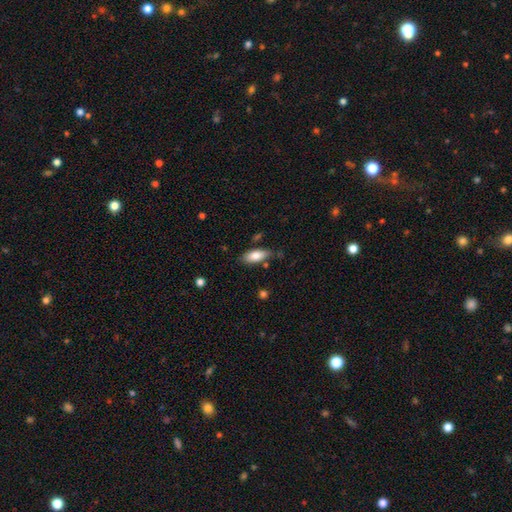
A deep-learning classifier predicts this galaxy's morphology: smooth_or_featured: smooth (p=0.80) [alt: featured or disk p=0.13]
how_rounded: in between (p=0.81) [alt: cigar-shaped p=0.17]
merging: none (p=0.74) [alt: minor disturbance p=0.19]